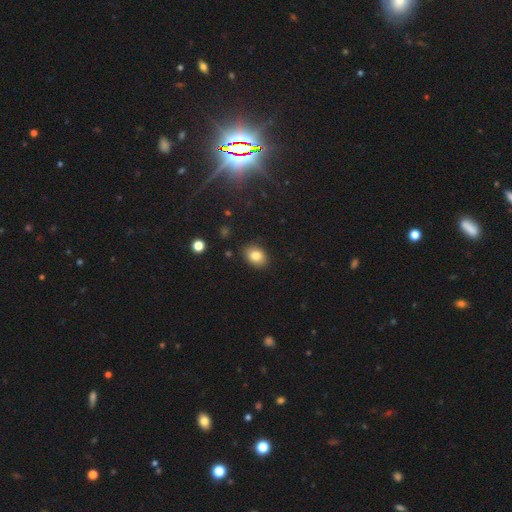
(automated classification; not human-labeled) Smooth or featured? Predicted: smooth (p=0.82). How rounded? Predicted: in between (p=0.72). Merging? Predicted: none (p=0.87).